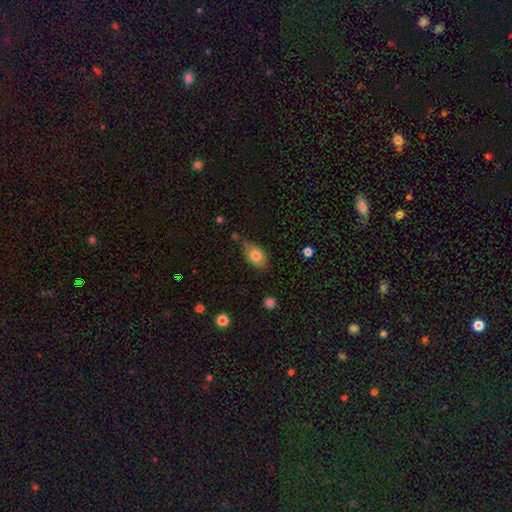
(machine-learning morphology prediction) Overall: smooth (79%). How rounded: in between (85%). Merging: none (62%; minor disturbance 27%).